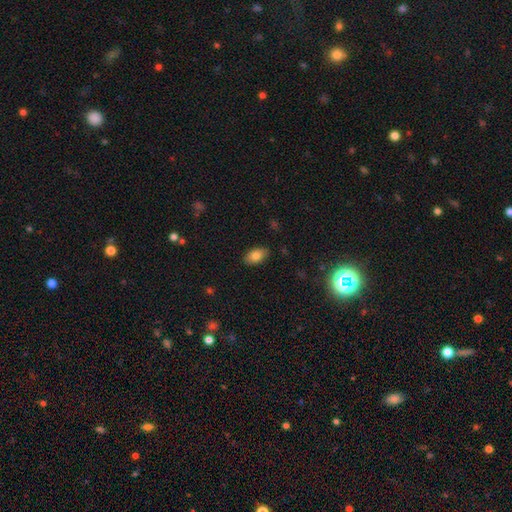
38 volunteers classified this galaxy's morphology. This is clearly a smooth galaxy (89%). How rounded: clearly in between (85%). Merging: clearly none (89%).